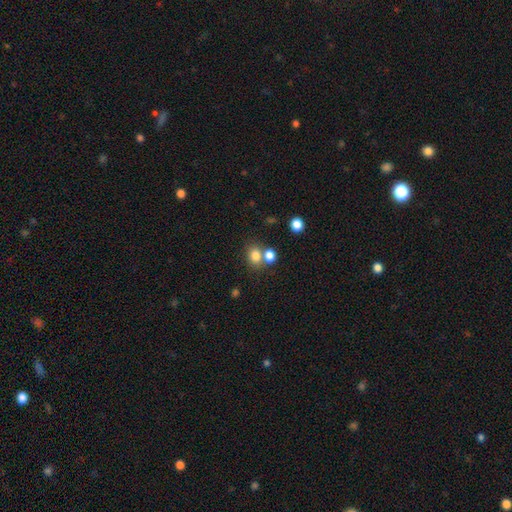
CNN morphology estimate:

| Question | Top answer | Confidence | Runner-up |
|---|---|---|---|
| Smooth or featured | smooth | 80% | star or artifact (12%) |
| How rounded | round | 53% | in between (46%) |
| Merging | none | 51% | merger (36%) |